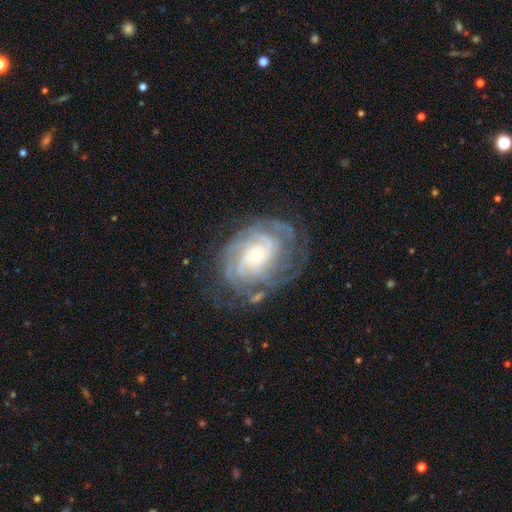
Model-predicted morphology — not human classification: A featured or disk galaxy (87%) with no bar (75%), tight (75%) spiral arms (97%) and a small central bulge (71%). Merging: none (69%).